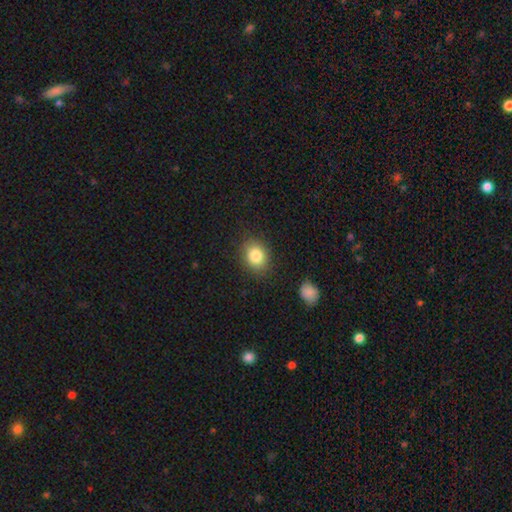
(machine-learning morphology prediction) smooth-or-featured: smooth: 84% | star or artifact: 9% | featured or disk: 7%
  how-rounded: in between: 52% | round: 47% | cigar-shaped: 1%
  merging: none: 85% | minor disturbance: 11% | major disturbance: 3% | merger: 2%